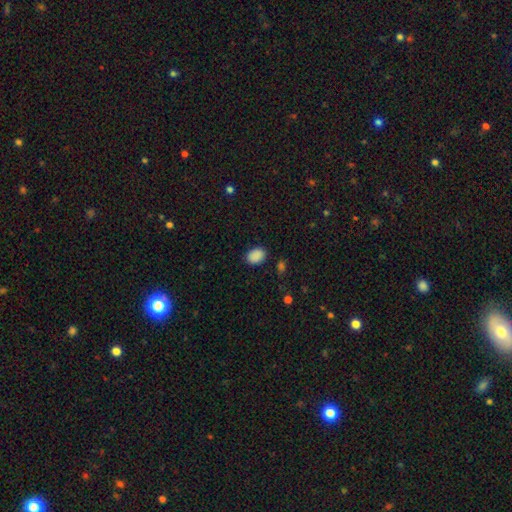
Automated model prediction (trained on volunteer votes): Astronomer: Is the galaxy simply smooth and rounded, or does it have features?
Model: smooth — 89%.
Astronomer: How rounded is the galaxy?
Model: in between — 76%.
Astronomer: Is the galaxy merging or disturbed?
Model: none — 85%.